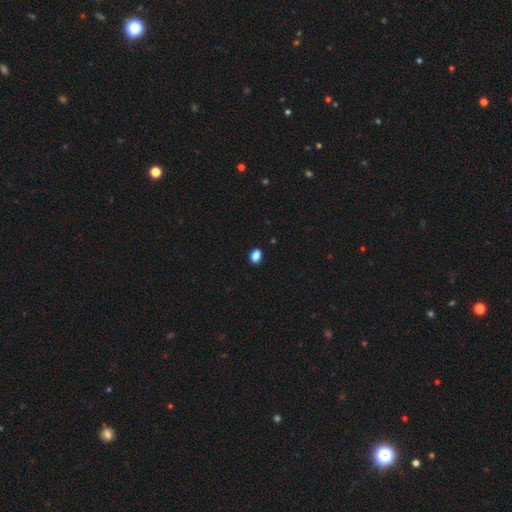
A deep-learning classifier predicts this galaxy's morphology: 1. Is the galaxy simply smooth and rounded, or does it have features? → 85% smooth, 11% star or artifact, 4% featured or disk.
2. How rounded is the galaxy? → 71% in between, 27% round, 1% cigar-shaped.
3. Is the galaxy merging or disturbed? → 86% none, 10% minor disturbance, 2% major disturbance, 2% merger.